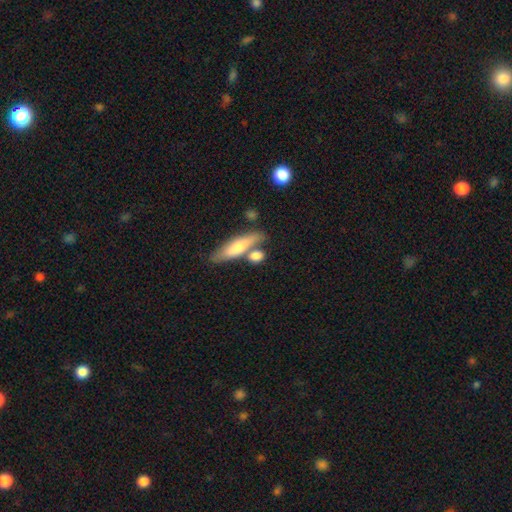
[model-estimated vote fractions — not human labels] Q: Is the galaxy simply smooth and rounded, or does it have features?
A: smooth — 75%.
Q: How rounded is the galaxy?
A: in between — 45%.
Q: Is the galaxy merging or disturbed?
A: none — 56%.